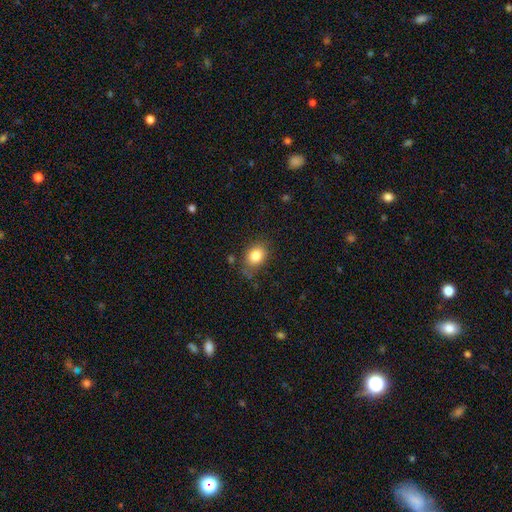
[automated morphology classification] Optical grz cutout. It shows a smooth galaxy with no disk features (83%) that is in between round and cigar-shaped (59%). Merging: none (72%).